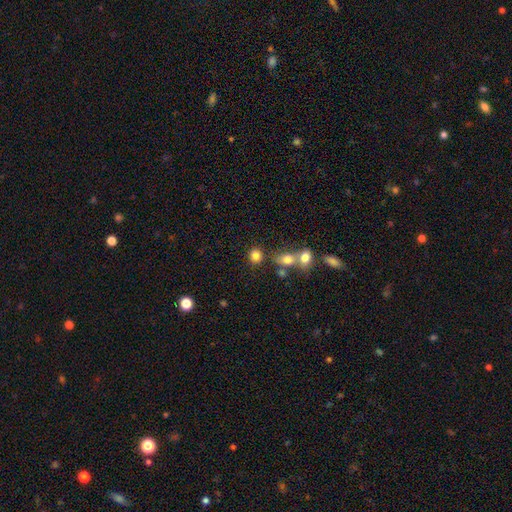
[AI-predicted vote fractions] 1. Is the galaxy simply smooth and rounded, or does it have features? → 82% smooth, 12% star or artifact, 6% featured or disk.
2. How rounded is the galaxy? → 75% round, 24% in between, 1% cigar-shaped.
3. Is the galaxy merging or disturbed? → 66% none, 19% merger, 10% minor disturbance, 5% major disturbance.